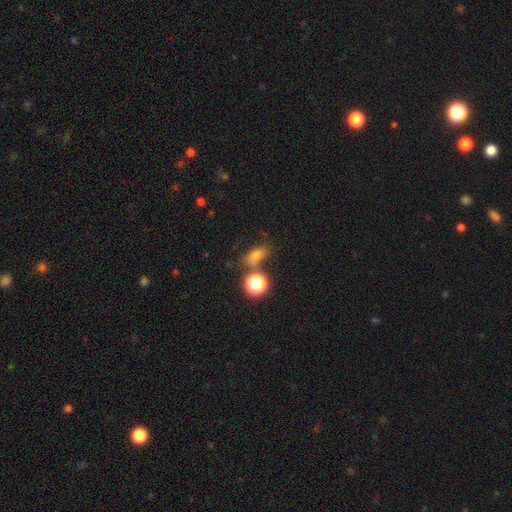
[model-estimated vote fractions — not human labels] A smooth galaxy with no disk features (65%) that is in between round and cigar-shaped (67%). Merging: none (63%).